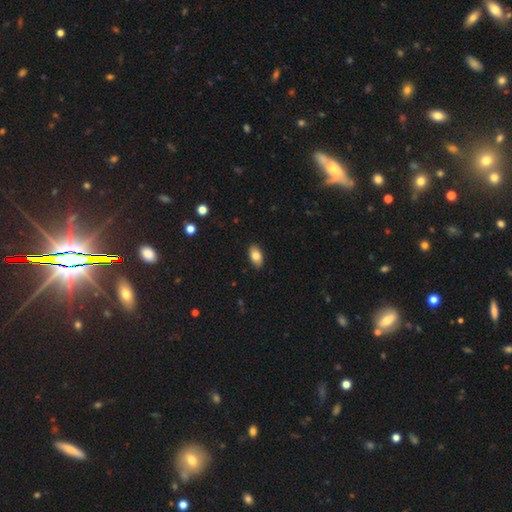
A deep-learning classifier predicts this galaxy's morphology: smooth-or-featured: smooth: 81% | featured or disk: 11% | star or artifact: 7%
  how-rounded: in between: 93% | round: 4% | cigar-shaped: 3%
  merging: none: 89% | minor disturbance: 8% | major disturbance: 2% | merger: 1%